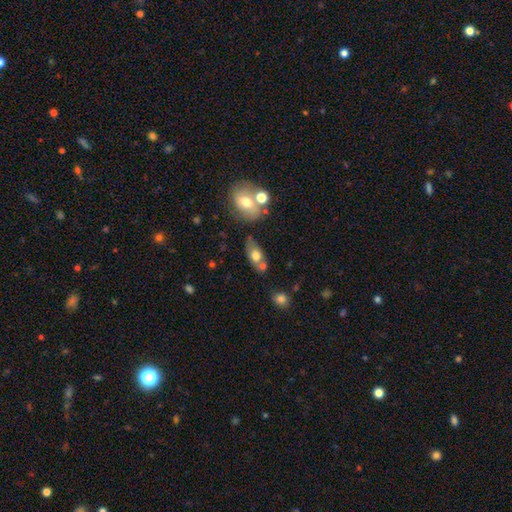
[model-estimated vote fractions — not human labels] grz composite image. It shows a smooth galaxy with no disk features (69%) that is in between round and cigar-shaped (82%). Merging: none (52%).